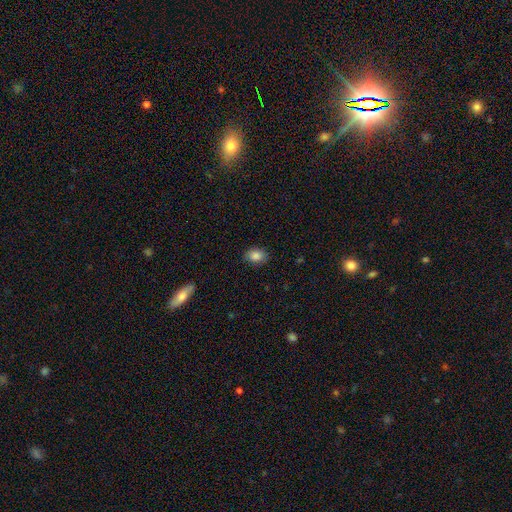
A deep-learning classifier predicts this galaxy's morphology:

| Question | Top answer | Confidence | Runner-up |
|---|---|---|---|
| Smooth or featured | smooth | 86% | star or artifact (9%) |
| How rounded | in between | 69% | round (30%) |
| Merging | none | 85% | minor disturbance (11%) |